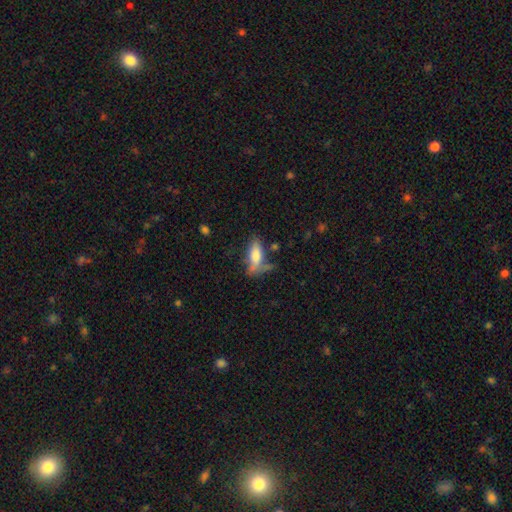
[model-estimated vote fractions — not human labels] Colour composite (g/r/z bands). It shows a smooth galaxy with no disk features (75%) that is in between round and cigar-shaped (73%). Merging: none (42%).